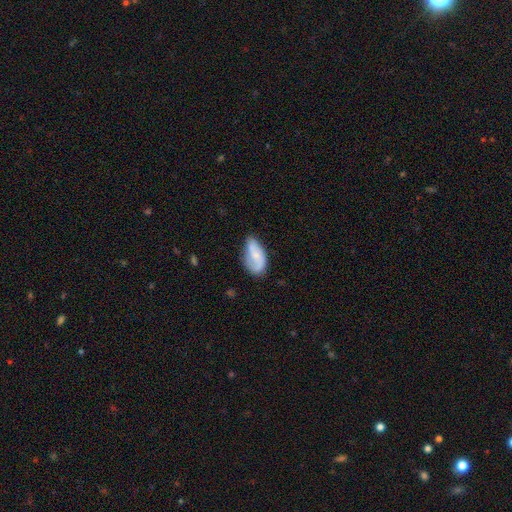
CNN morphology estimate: smooth-or-featured: smooth: 49% | featured or disk: 45% | star or artifact: 7%
  merging: none: 52% | minor disturbance: 33% | major disturbance: 12% | merger: 3%